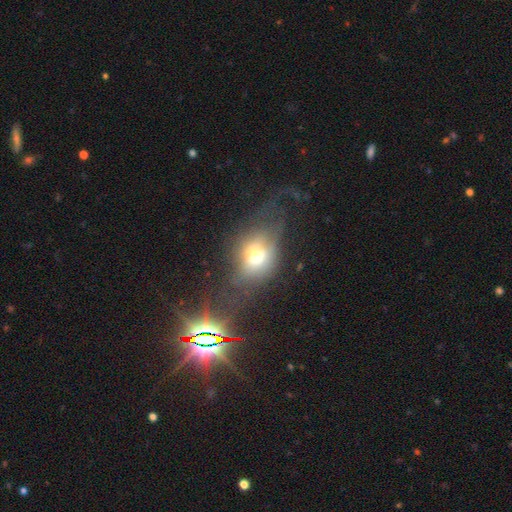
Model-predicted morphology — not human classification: A smooth galaxy with no disk features (52%) that is in between round and cigar-shaped (52%).

Vote fractions:
- Smooth or featured? smooth: 52% / featured or disk: 31% / star or artifact: 17%
- How rounded? in between: 52% / round: 45% / cigar-shaped: 3%
- Merging? none: 40% / major disturbance: 33% / minor disturbance: 21% / merger: 6%